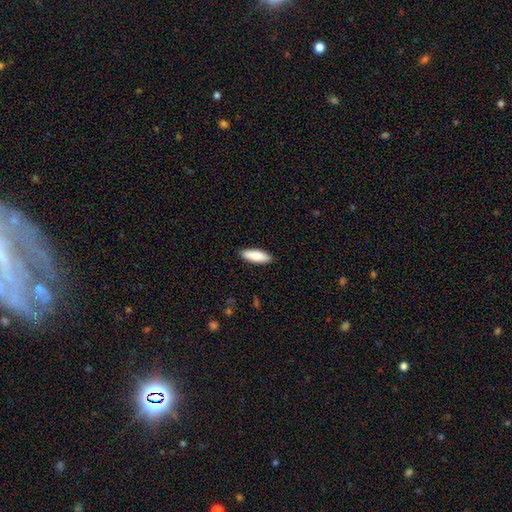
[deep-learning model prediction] Smooth or featured: smooth — 88% (featured or disk — 7%)
How rounded: in between — 59% (cigar-shaped — 40%)
Merging: none — 90% (minor disturbance — 7%)